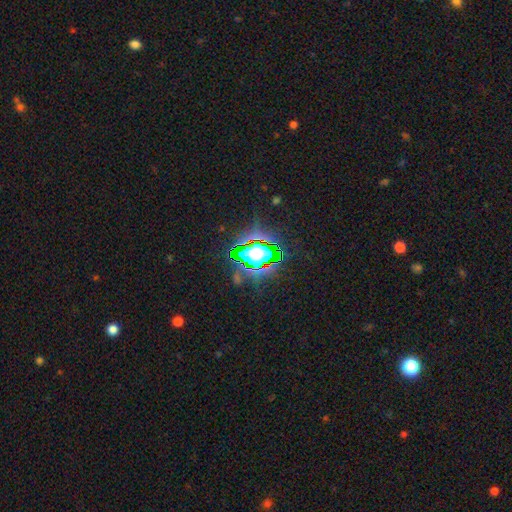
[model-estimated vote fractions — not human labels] Smooth or featured: star or artifact — 68% (smooth — 18%)